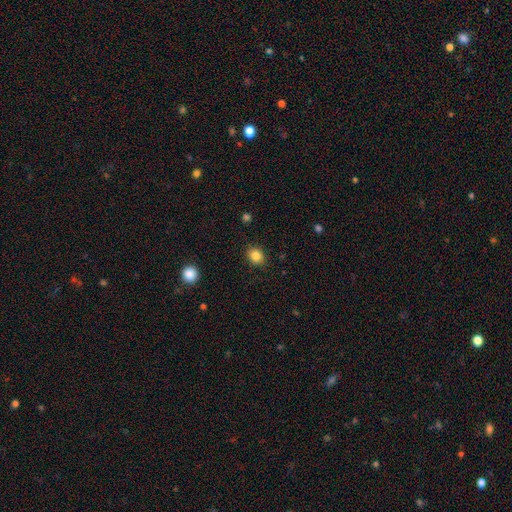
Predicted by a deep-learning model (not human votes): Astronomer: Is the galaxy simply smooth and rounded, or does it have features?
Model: smooth — 85%.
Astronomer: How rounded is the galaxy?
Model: round — 63%.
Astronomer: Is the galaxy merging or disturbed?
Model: none — 89%.